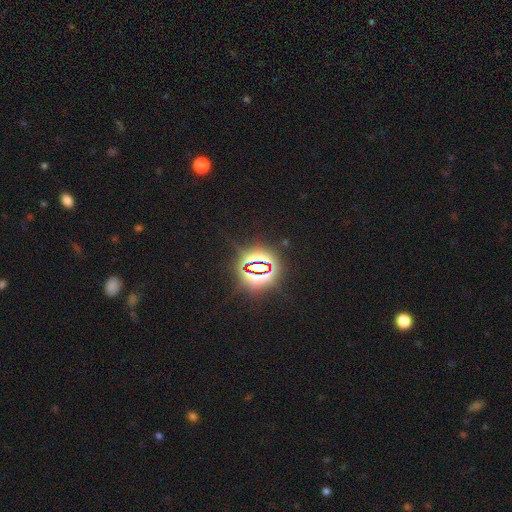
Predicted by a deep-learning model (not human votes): smooth-or-featured: star or artifact: 82% | smooth: 10% | featured or disk: 8%